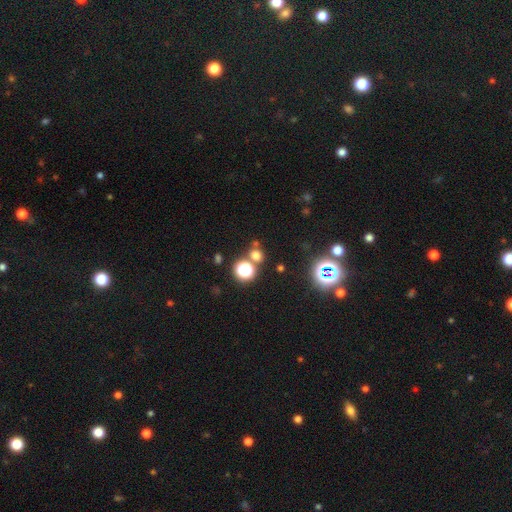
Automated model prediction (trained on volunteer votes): Morphology: type=smooth (63%); roundness=round (81%); merging=none (71%).